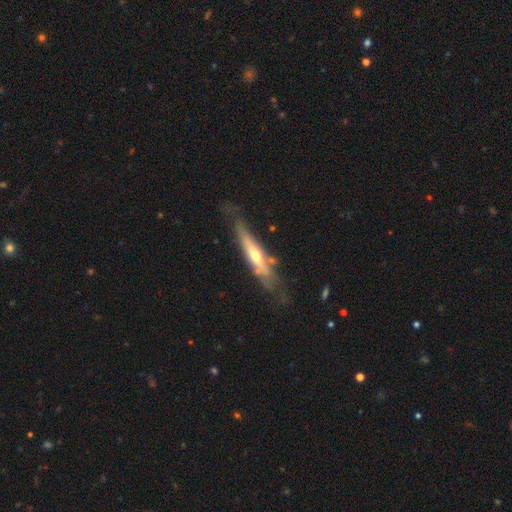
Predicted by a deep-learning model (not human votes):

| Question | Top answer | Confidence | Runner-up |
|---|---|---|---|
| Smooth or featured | featured or disk | 63% | smooth (31%) |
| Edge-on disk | yes | 73% | no (27%) |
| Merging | none | 61% | minor disturbance (24%) |